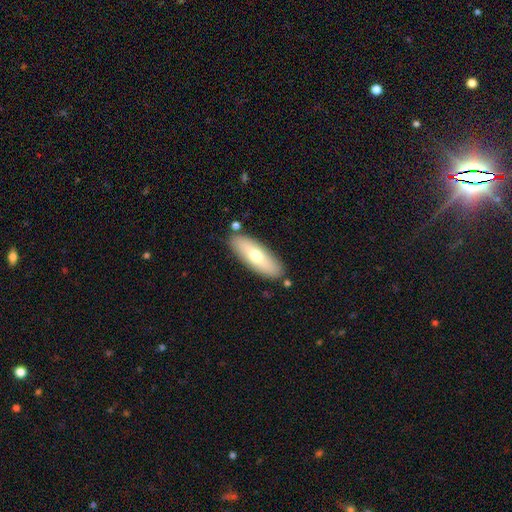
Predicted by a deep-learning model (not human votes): Smooth or featured? Predicted: smooth (p=0.66). How rounded? Predicted: in between (p=0.62). Merging? Predicted: none (p=0.83).